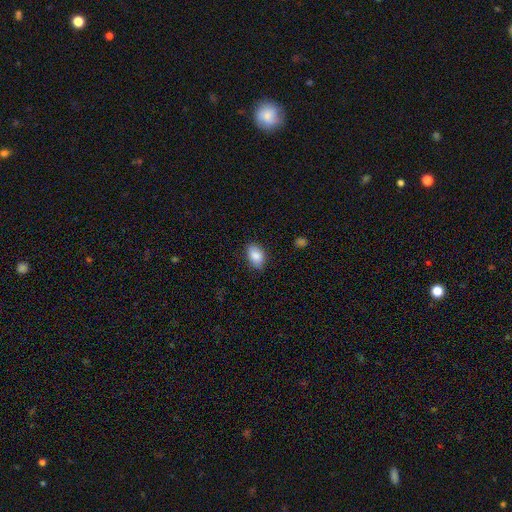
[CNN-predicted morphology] A smooth galaxy with no disk features (86%) that is in between round and cigar-shaped (89%).

Vote fractions:
- Smooth or featured? smooth: 86% / star or artifact: 7% / featured or disk: 7%
- How rounded? in between: 89% / round: 9% / cigar-shaped: 1%
- Merging? none: 83% / minor disturbance: 14% / major disturbance: 3% / merger: 1%